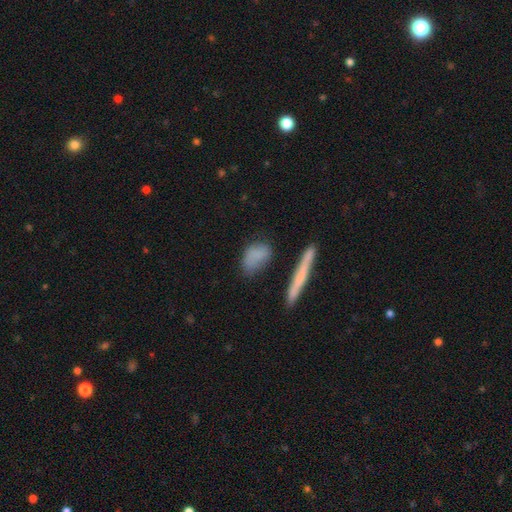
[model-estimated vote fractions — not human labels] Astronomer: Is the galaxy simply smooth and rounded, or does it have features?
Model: smooth — 78%.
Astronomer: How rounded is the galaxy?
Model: in between — 68%.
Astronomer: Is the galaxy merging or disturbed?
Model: none — 63%.